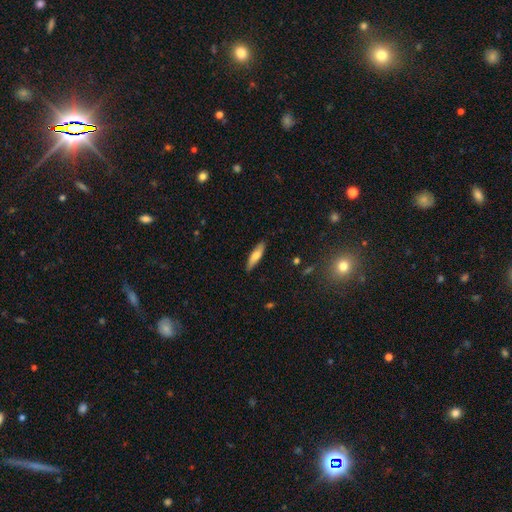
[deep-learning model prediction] Overall: smooth (69%). How rounded: cigar-shaped (70%). Merging: none (87%).